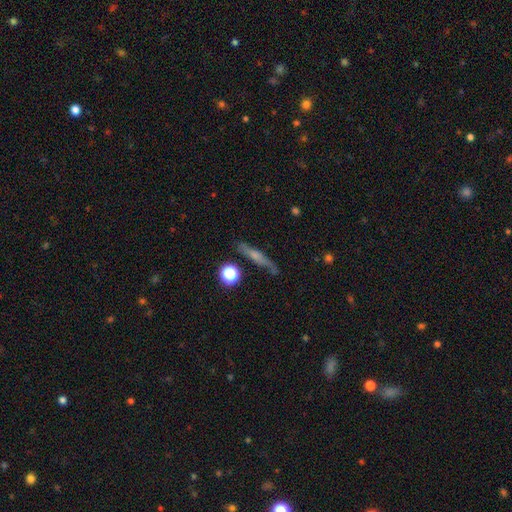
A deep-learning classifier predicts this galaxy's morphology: Smooth or featured: featured or disk — 51% (smooth — 37%)
Edge-on disk: yes — 87% (no — 13%)
Merging: none — 76% (minor disturbance — 16%)